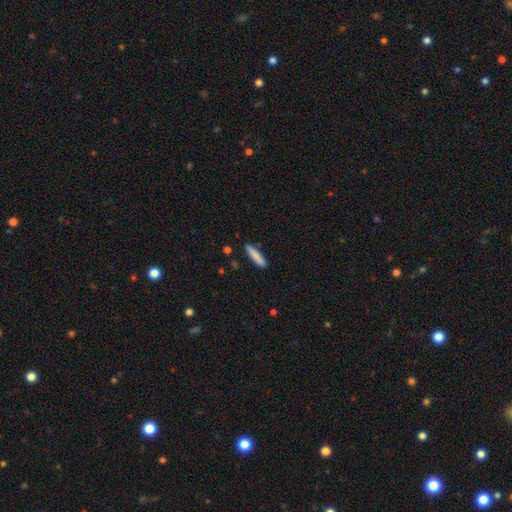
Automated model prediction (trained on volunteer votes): Smooth or featured? smooth (83%)
How rounded? cigar-shaped (89%)
Merging? none (88%)